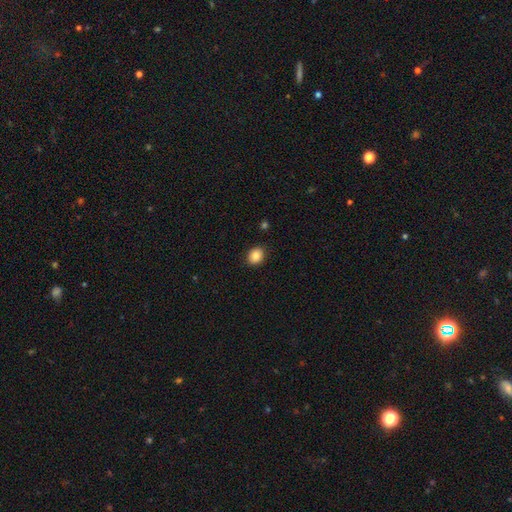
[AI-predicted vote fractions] Smooth or featured? smooth (86%)
How rounded? round (51%)
Merging? none (89%)